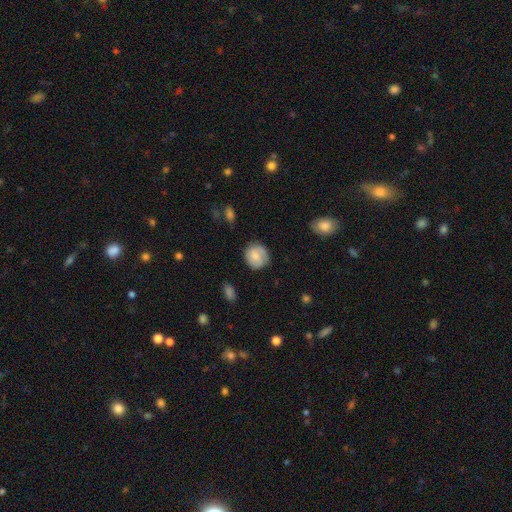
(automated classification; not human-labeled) Q: Smooth or featured?
A: smooth (66%); runner-up: featured or disk (26%)
Q: How rounded?
A: round (83%); runner-up: in between (16%)
Q: Merging?
A: none (73%); runner-up: minor disturbance (19%)